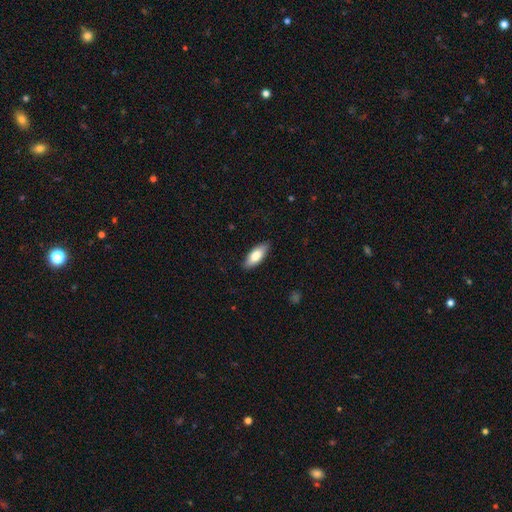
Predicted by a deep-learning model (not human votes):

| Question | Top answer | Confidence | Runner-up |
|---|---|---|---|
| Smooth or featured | smooth | 79% | featured or disk (15%) |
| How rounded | in between | 76% | cigar-shaped (22%) |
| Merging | none | 86% | minor disturbance (11%) |